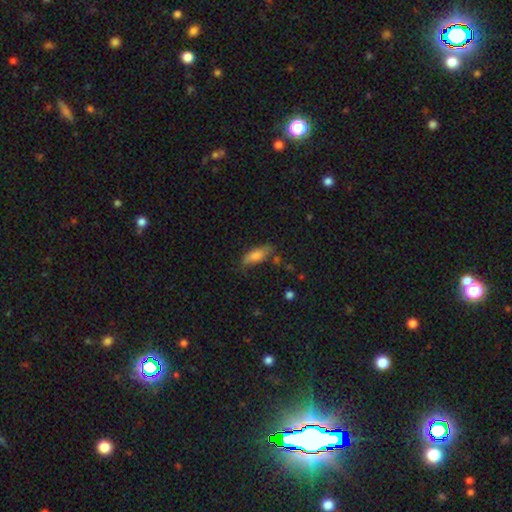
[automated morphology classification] The model was most divided on "how rounded": in between: 68%, cigar-shaped: 30%, round: 2%. More confident: smooth or featured — smooth (77%); merging — none (64%).